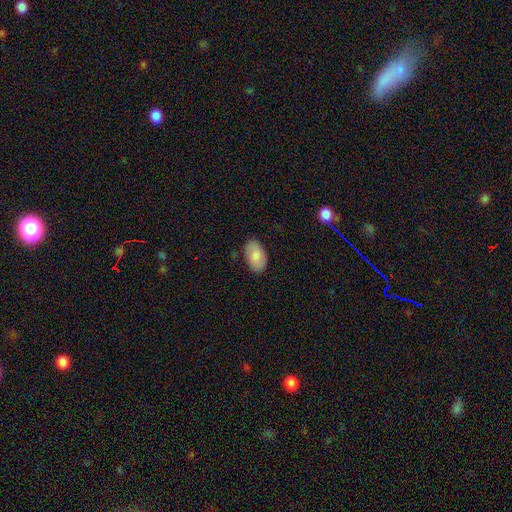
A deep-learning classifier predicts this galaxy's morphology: Overall: smooth (81%). How rounded: in between (94%). Merging: none (84%).